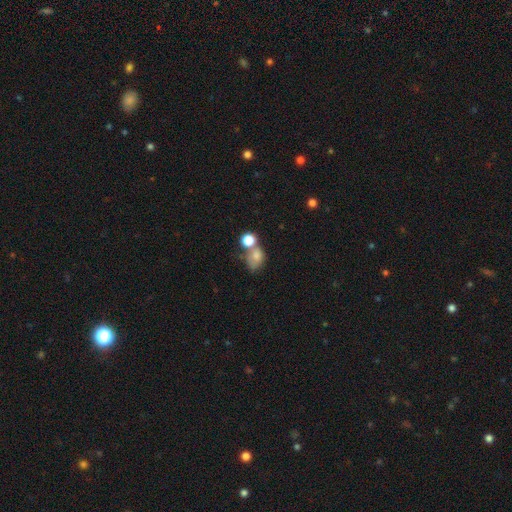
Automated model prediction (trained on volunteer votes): smooth_or_featured: smooth (p=0.74) [alt: featured or disk p=0.13]
how_rounded: in between (p=0.54) [alt: round p=0.45]
merging: merger (p=0.41) [alt: none p=0.33]